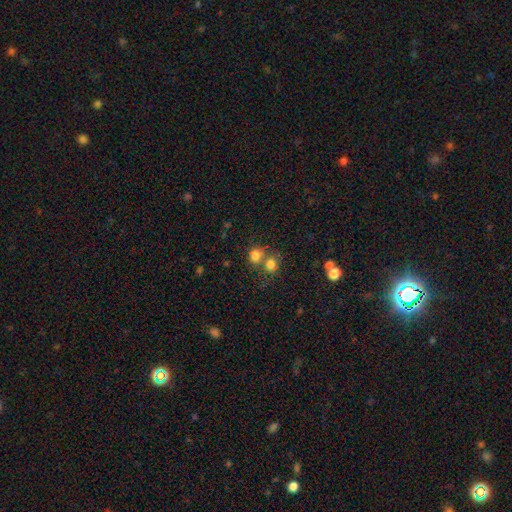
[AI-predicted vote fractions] Morphology: type=smooth (78%); roundness=round (77%); merging=merger (45%).